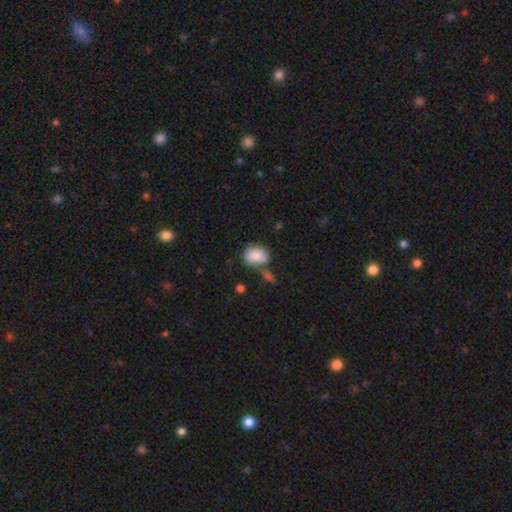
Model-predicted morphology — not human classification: Overall: smooth (85%). How rounded: in between (64%; round 34%). Merging: none (53%; merger 21%).